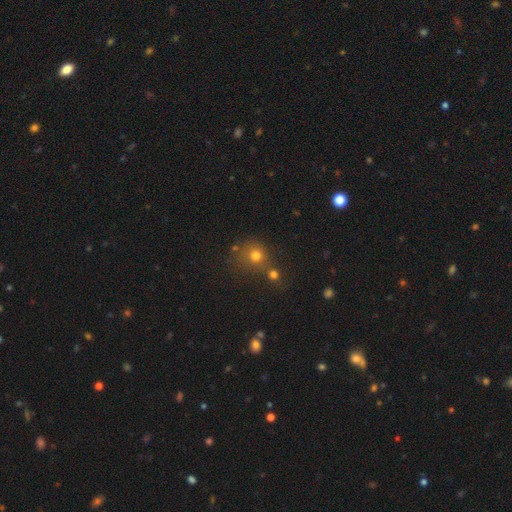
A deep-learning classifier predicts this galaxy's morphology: A smooth galaxy with no disk features (73%) that is round (87%). Merging: none (59%).